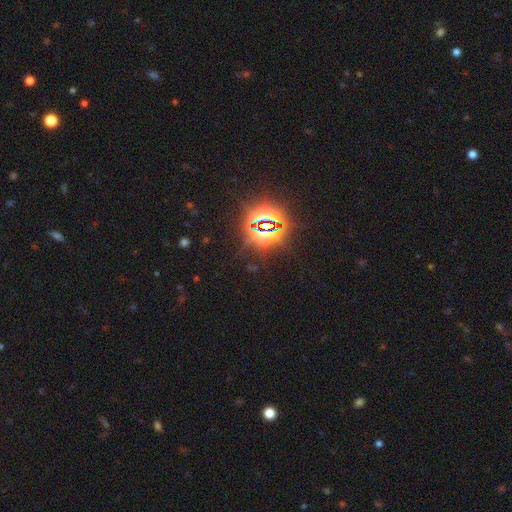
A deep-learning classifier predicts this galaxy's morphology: smooth_or_featured: star or artifact (p=0.83) [alt: smooth p=0.10]